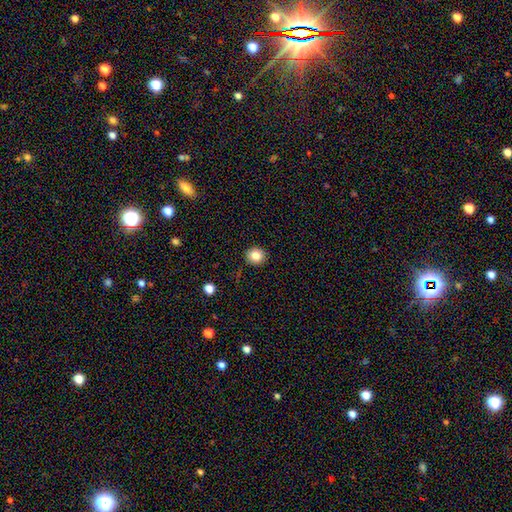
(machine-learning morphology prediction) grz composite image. It shows a smooth galaxy with no disk features (83%) that is round (83%). Merging: none (90%).